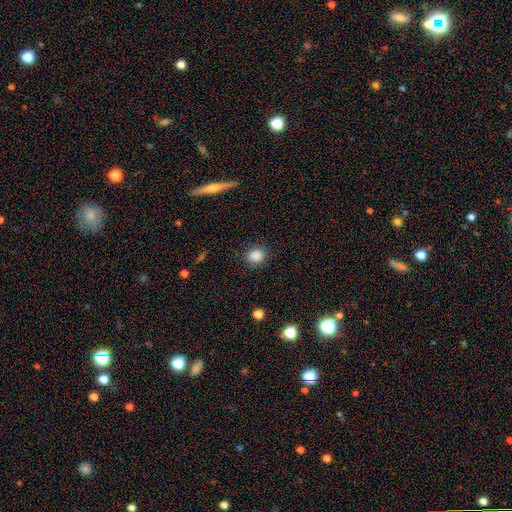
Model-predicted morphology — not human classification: type=smooth (86%); roundness=round (77%); merging=none (87%).